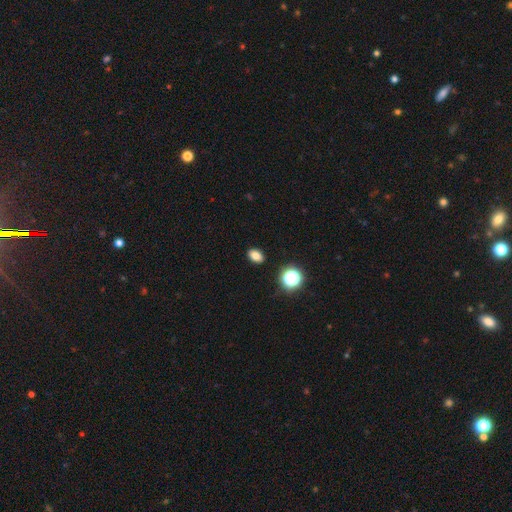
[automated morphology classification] A smooth galaxy with no disk features (79%) that is in between round and cigar-shaped (78%).

Vote fractions:
- Smooth or featured? smooth: 79% / star or artifact: 15% / featured or disk: 6%
- How rounded? in between: 78% / round: 21% / cigar-shaped: 1%
- Merging? none: 90% / minor disturbance: 7% / major disturbance: 2% / merger: 1%